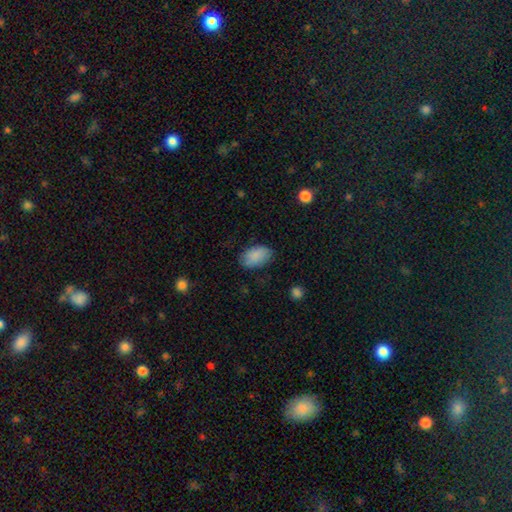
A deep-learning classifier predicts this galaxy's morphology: Smooth or featured? Predicted: smooth (p=0.87). How rounded? Predicted: in between (p=0.91). Merging? Predicted: none (p=0.80).